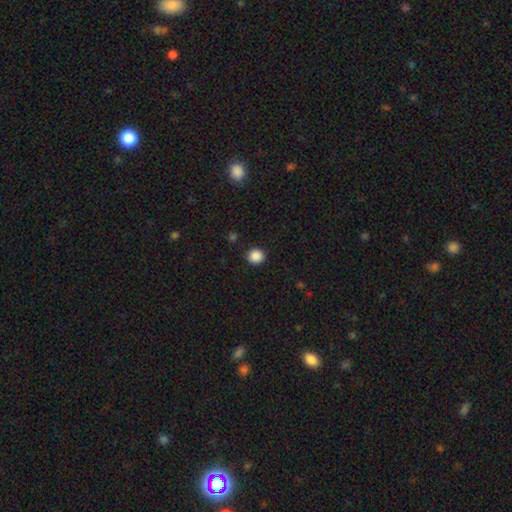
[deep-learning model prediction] Q: Smooth or featured?
A: smooth (88%); runner-up: star or artifact (10%)
Q: How rounded?
A: round (89%); runner-up: in between (10%)
Q: Merging?
A: none (91%); runner-up: minor disturbance (6%)